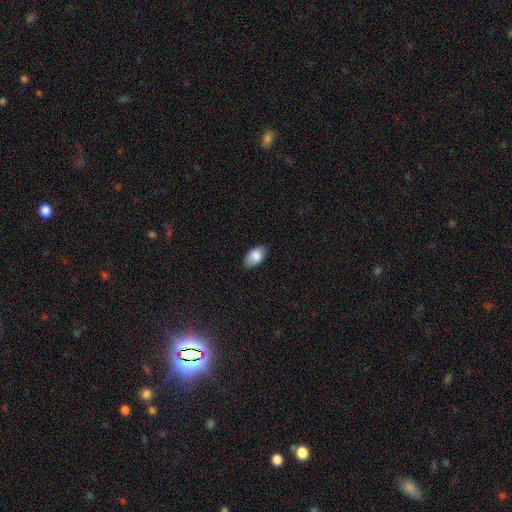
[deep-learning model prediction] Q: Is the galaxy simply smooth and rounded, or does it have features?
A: smooth — 84%.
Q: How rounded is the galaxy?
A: in between — 94%.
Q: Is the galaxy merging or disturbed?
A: none — 84%.